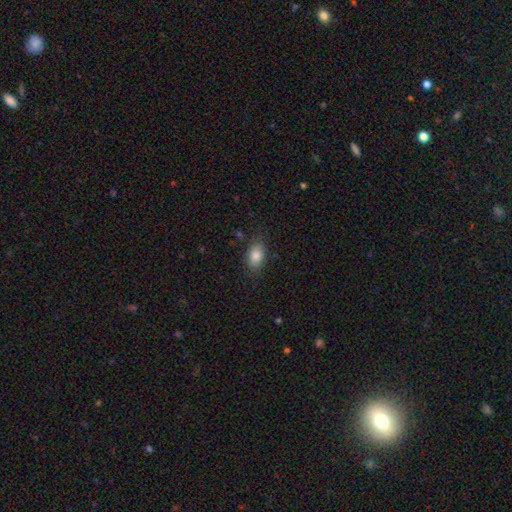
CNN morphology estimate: Smooth or featured? Predicted: smooth (p=0.84). How rounded? Predicted: in between (p=0.88). Merging? Predicted: none (p=0.83).